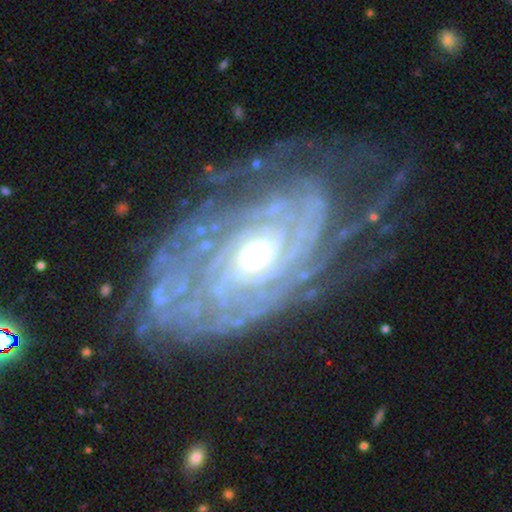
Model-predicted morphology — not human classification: A featured or disk galaxy (89%) with no bar (57%), tight (79%) spiral arms (95%) and a moderate central bulge (63%). Merging: none (63%).